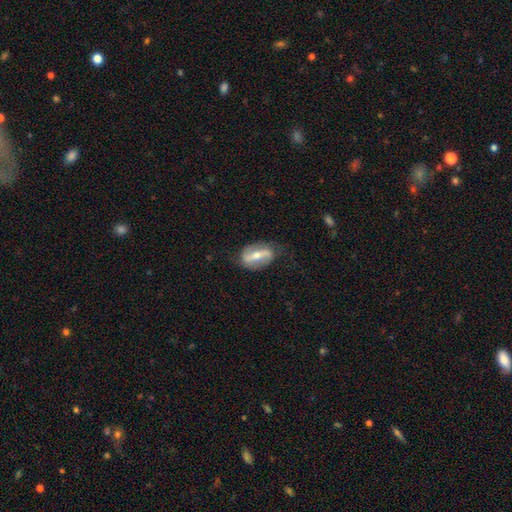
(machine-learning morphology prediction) Smooth or featured? Predicted: featured or disk (p=0.74). Edge-on disk? Predicted: no (p=0.88). Bar? Predicted: strong (p=0.69). Spiral arms? Predicted: yes (p=0.75). Bulge size? Predicted: moderate (p=0.60). Merging? Predicted: none (p=0.73).